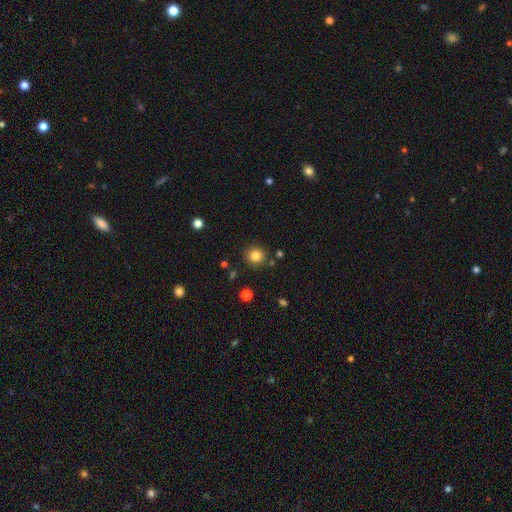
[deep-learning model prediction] Smooth or featured?
  - smooth: 82% *
  - star or artifact: 12%
  - featured or disk: 6%
How rounded?
  - round: 92% *
  - in between: 7%
  - cigar-shaped: 1%
Merging?
  - none: 87% *
  - minor disturbance: 7%
  - merger: 3%
  - major disturbance: 2%